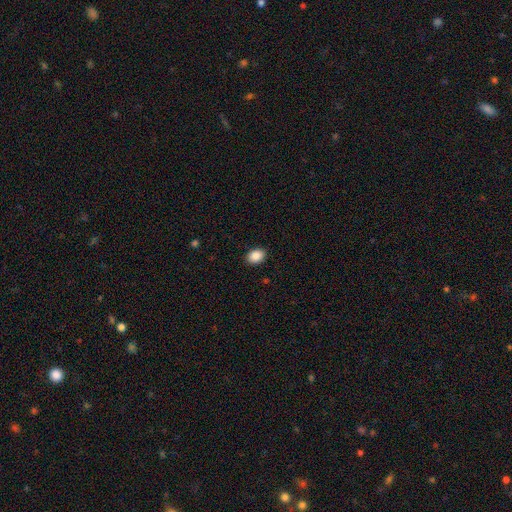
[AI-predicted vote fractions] This is clearly a smooth galaxy (88%). How rounded: likely in between (76%). Merging: clearly none (90%).